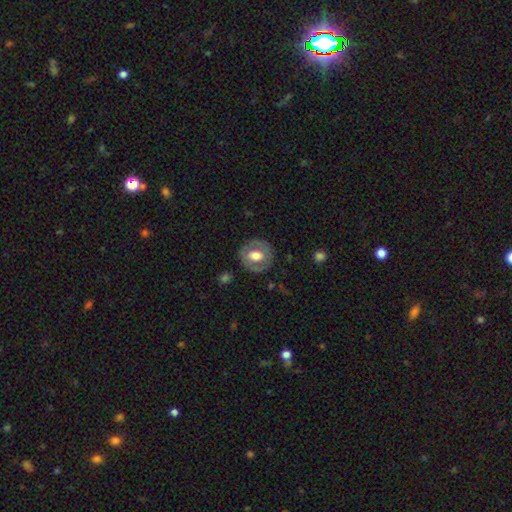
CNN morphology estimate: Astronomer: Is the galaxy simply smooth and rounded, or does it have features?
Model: smooth — 49% (runner-up: featured or disk, 44%).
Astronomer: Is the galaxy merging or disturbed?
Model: none — 83%.